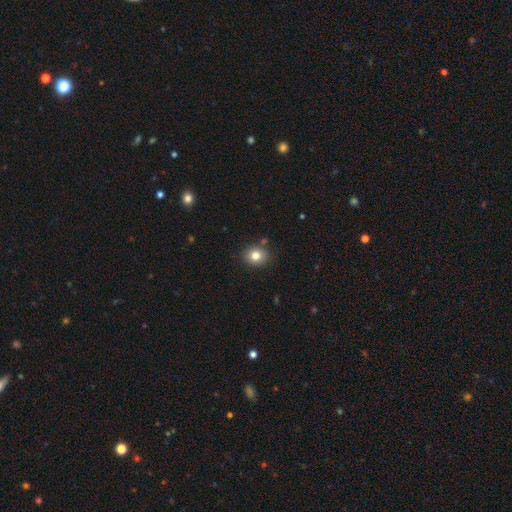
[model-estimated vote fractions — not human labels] Smooth or featured? smooth (81%)
How rounded? round (75%)
Merging? none (85%)